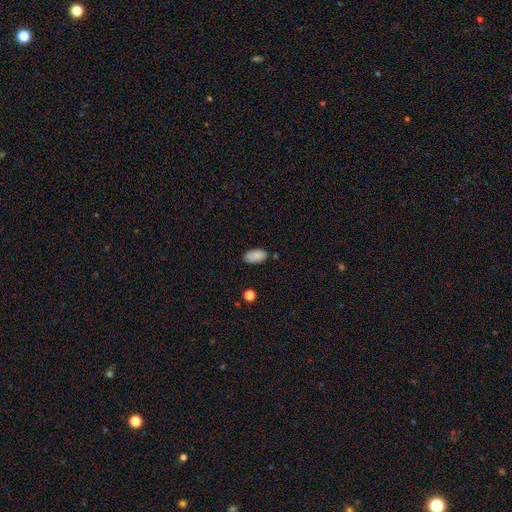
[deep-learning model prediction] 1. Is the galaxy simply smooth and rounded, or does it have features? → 86% smooth, 8% star or artifact, 6% featured or disk.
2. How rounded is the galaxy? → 94% in between, 3% round, 2% cigar-shaped.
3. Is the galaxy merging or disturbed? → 80% none, 15% minor disturbance, 3% major disturbance, 2% merger.